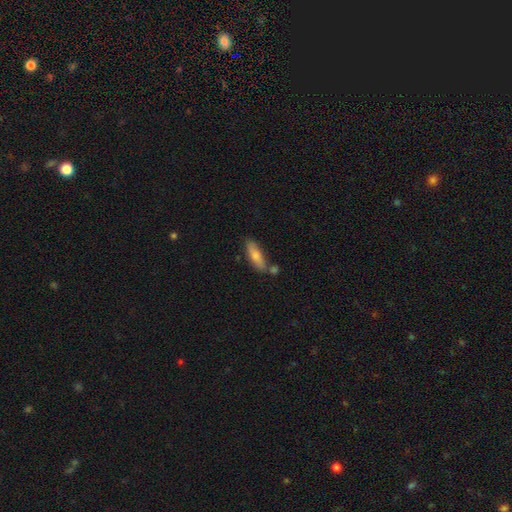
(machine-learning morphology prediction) This appears to be a smooth galaxy with no disk features (74%) that is cigar-shaped (50%). Merging: none (67%).